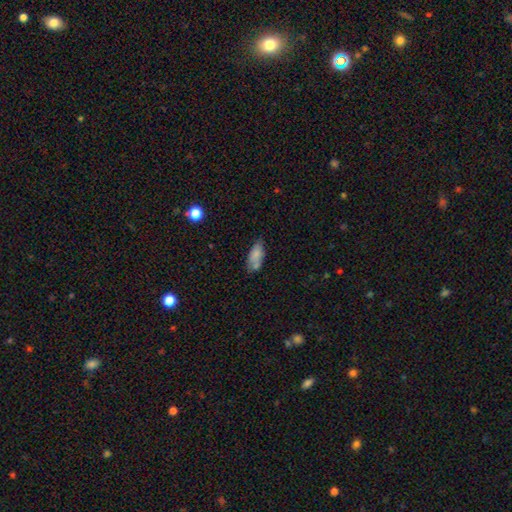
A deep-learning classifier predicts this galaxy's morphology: Smooth or featured: smooth — 78% (featured or disk — 13%)
How rounded: in between — 84% (cigar-shaped — 13%)
Merging: none — 54% (minor disturbance — 25%)